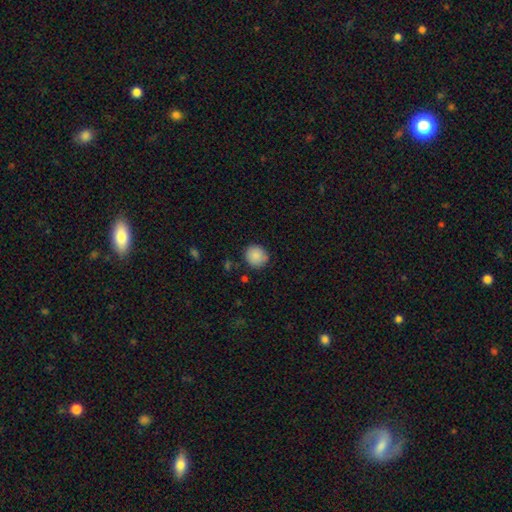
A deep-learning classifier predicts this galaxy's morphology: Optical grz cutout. It shows a smooth galaxy with no disk features (88%) that is round (89%). Merging: none (85%).